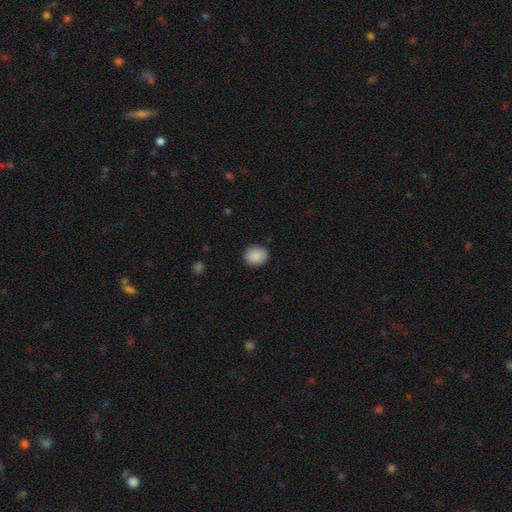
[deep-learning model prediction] Smooth or featured? smooth (90%)
How rounded? round (64%)
Merging? none (88%)